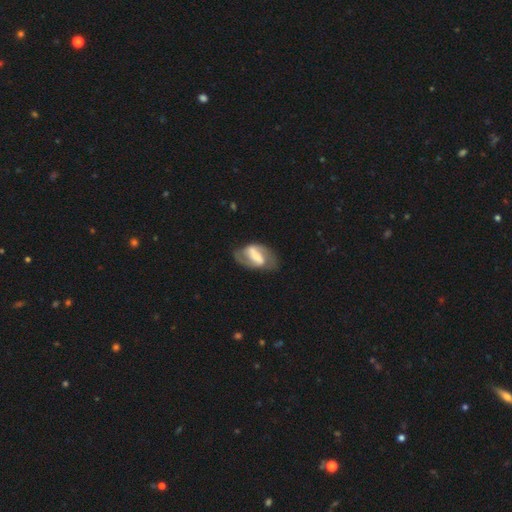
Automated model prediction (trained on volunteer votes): Smooth or featured?
  - featured or disk: 71% *
  - smooth: 23%
  - star or artifact: 6%
Edge-on disk?
  - no: 95% *
  - yes: 5%
Bar?
  - strong: 64% *
  - weak: 25%
  - no: 11%
Spiral arms?
  - yes: 75% *
  - no: 25%
Spiral winding?
  - medium: 45% *
  - tight: 30%
  - loose: 25%
Spiral arm count?
  - 2: 83% *
  - can't tell: 9%
  - 1: 5%
  - 3: 1%
  - 4: 1%
  - more than 4: 1%
Bulge size?
  - none: 27% *
  - large: 25%
  - moderate: 22%
  - small: 22%
  - dominant: 5%
Merging?
  - none: 65% *
  - minor disturbance: 21%
  - major disturbance: 13%
  - merger: 2%